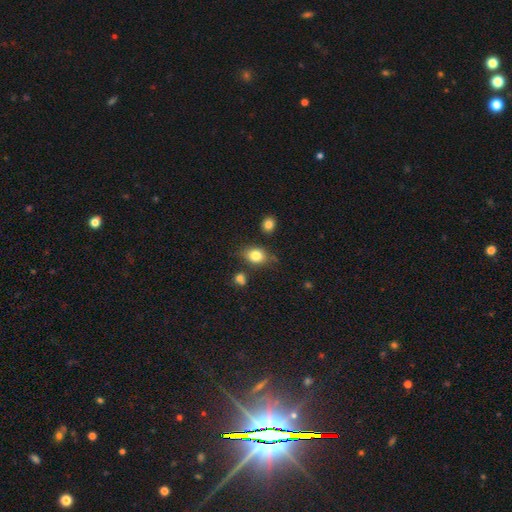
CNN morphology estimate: Overall: smooth (81%). How rounded: in between (60%; round 38%). Merging: none (72%).